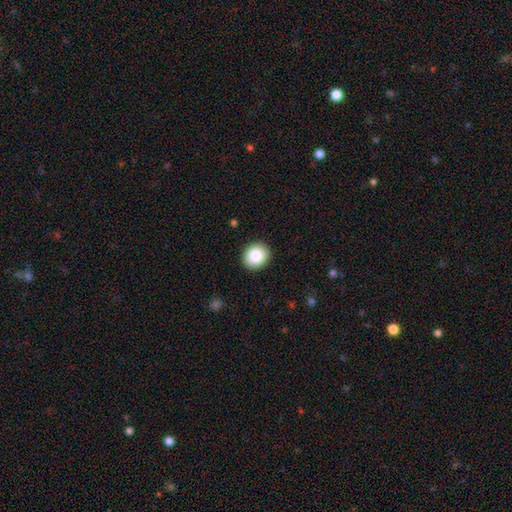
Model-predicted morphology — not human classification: Overall: smooth (87%). How rounded: round (75%). Merging: none (91%).